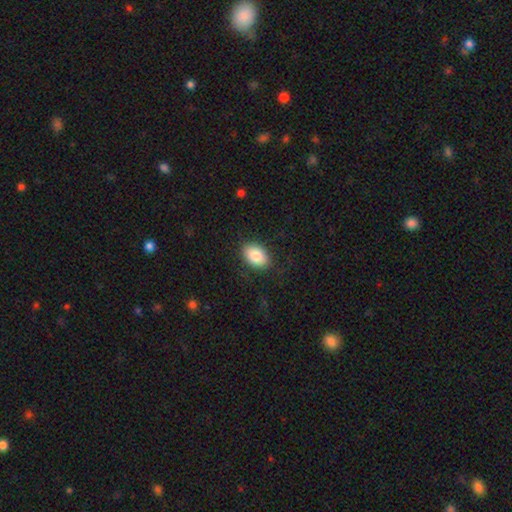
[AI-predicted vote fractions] smooth_or_featured: smooth (p=0.85) [alt: featured or disk p=0.08]
how_rounded: in between (p=0.85) [alt: round p=0.13]
merging: none (p=0.83) [alt: minor disturbance p=0.12]